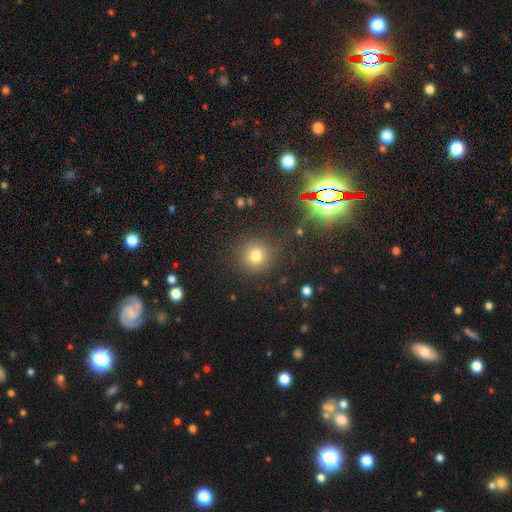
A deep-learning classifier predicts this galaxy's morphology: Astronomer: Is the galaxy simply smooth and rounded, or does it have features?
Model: smooth — 75%.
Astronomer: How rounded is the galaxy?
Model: round — 93%.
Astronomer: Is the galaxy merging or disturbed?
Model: none — 88%.